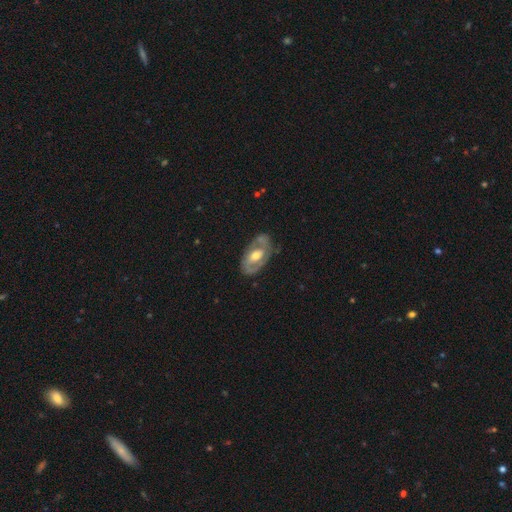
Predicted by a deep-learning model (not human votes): featured or disk 73%, smooth 22%, star or artifact 5%. Down the decision tree: edge-on disk — no (94%); bar — no (47%); spiral arms — yes (67%); bulge size — moderate (69%); merging — none (69%).